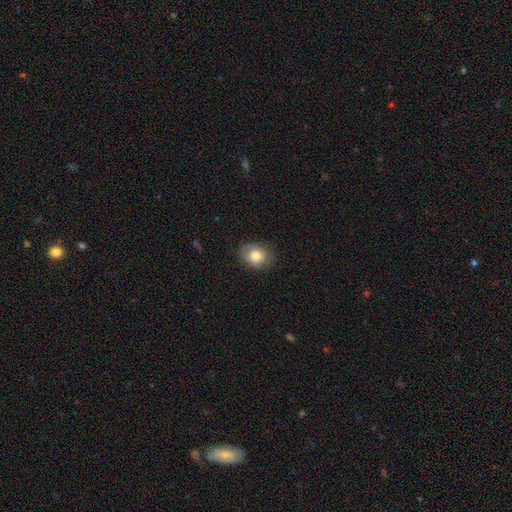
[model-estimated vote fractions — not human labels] Smooth or featured? Predicted: smooth (p=0.80). How rounded? Predicted: in between (p=0.52). Merging? Predicted: none (p=0.80).